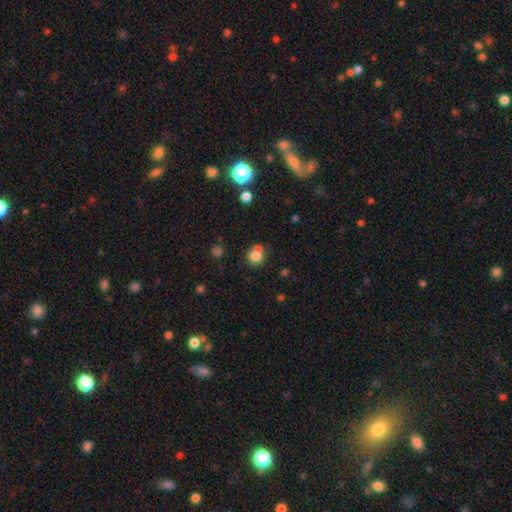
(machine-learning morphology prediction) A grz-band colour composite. It shows a smooth galaxy with no disk features (78%) that is round (86%). Merging: none (52%).